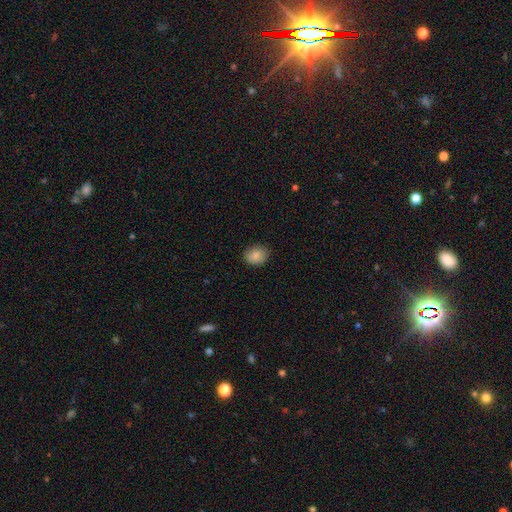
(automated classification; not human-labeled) Smooth or featured? smooth (86%)
How rounded? round (57%)
Merging? none (86%)